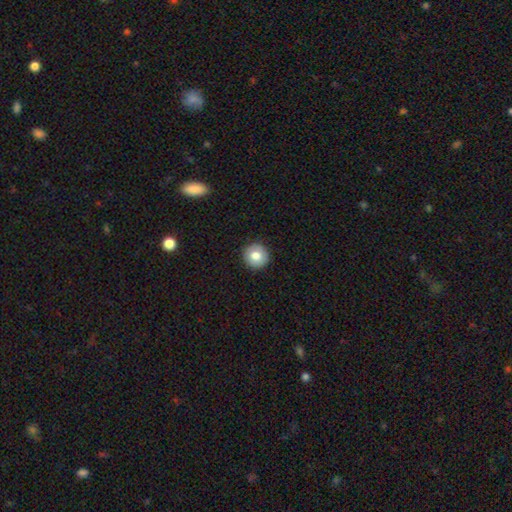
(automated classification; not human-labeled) smooth-or-featured: smooth: 79% | featured or disk: 12% | star or artifact: 9%
  how-rounded: round: 95% | in between: 4% | cigar-shaped: 1%
  merging: none: 92% | minor disturbance: 6% | major disturbance: 2% | merger: 1%